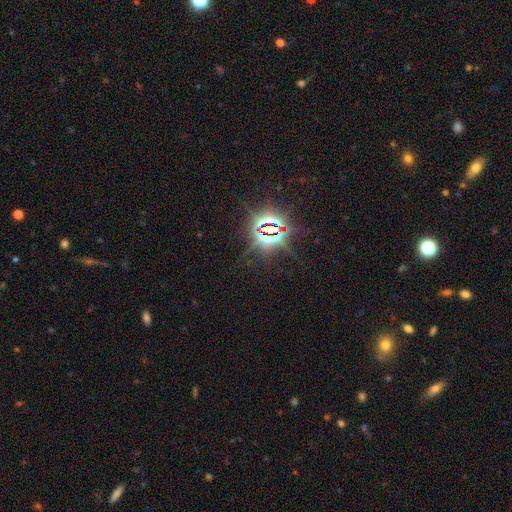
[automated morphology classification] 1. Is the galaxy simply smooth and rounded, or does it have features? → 83% star or artifact, 10% smooth, 7% featured or disk.